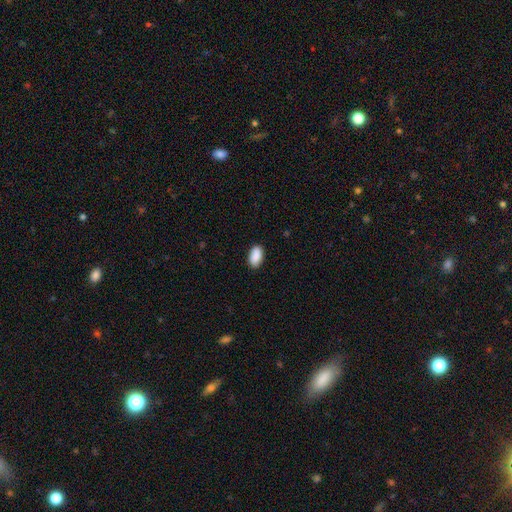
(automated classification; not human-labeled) Morphology: type=smooth (91%); roundness=in between (94%); merging=none (88%).